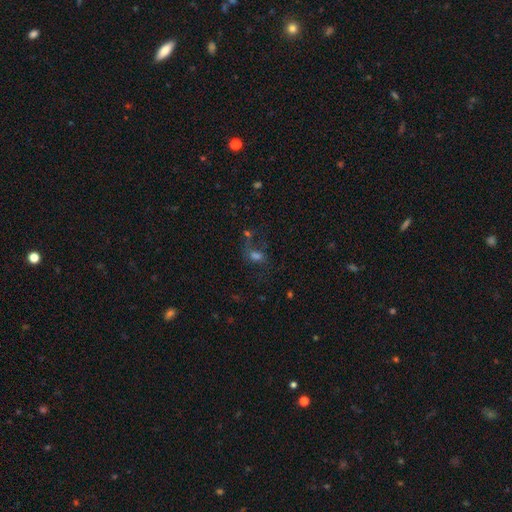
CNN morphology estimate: This is marginally a smooth galaxy (44%). Merging: marginally none (42%).